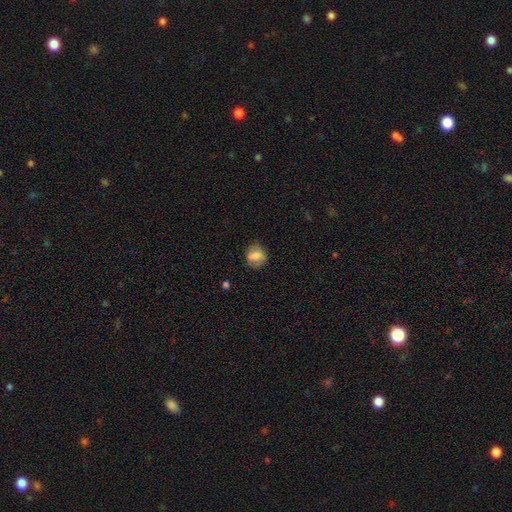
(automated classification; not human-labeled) Smooth or featured?
  - smooth: 69% *
  - featured or disk: 22%
  - star or artifact: 8%
How rounded?
  - round: 67% *
  - in between: 32%
  - cigar-shaped: 1%
Merging?
  - none: 74% *
  - minor disturbance: 18%
  - major disturbance: 6%
  - merger: 2%